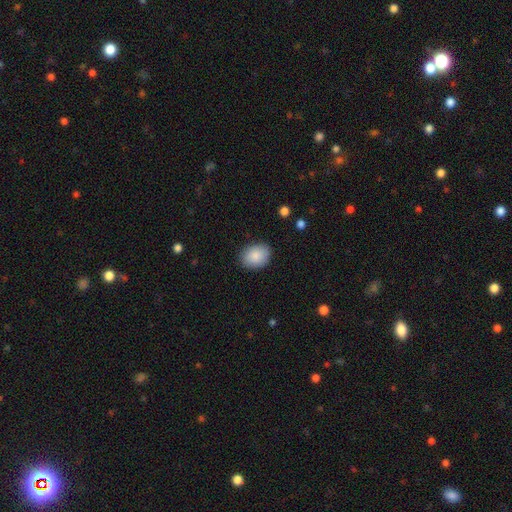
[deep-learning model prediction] Q: Smooth or featured?
A: smooth (87%); runner-up: star or artifact (7%)
Q: How rounded?
A: in between (68%); runner-up: round (31%)
Q: Merging?
A: none (86%); runner-up: minor disturbance (11%)